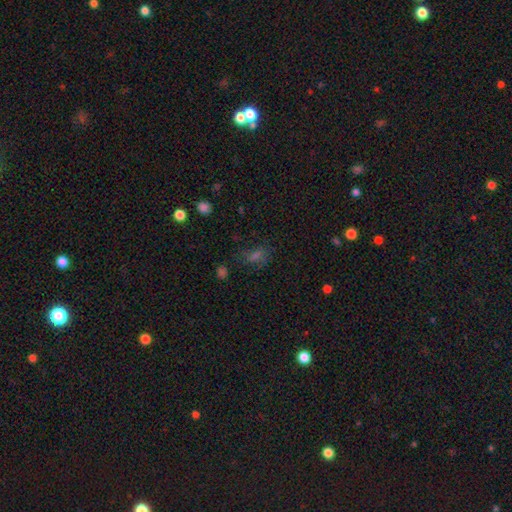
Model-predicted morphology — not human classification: A smooth galaxy with no disk features (42%). Merging: none (63%).